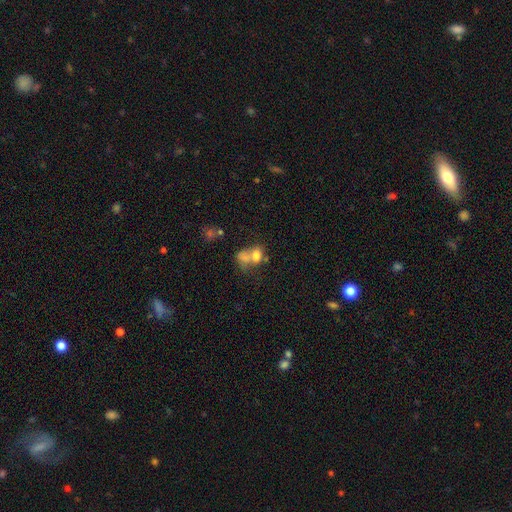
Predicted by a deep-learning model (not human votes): Smooth or featured?
  - smooth: 58% *
  - featured or disk: 22%
  - star or artifact: 20%
How rounded?
  - in between: 52% *
  - round: 45%
  - cigar-shaped: 3%
Merging?
  - merger: 57% *
  - none: 25%
  - major disturbance: 9%
  - minor disturbance: 9%